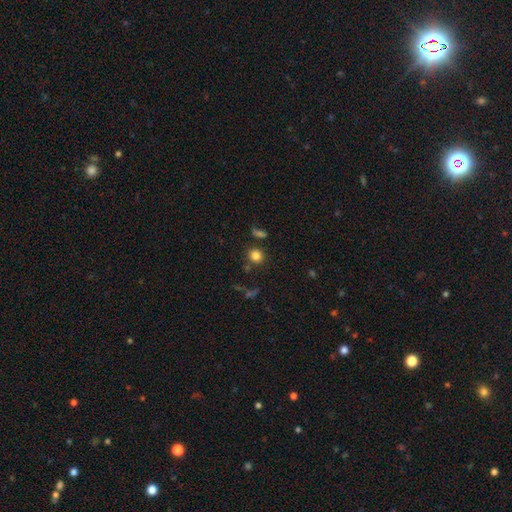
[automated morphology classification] smooth_or_featured: smooth (p=0.81) [alt: star or artifact p=0.13]
how_rounded: round (p=0.88) [alt: in between p=0.11]
merging: none (p=0.79) [alt: minor disturbance p=0.09]